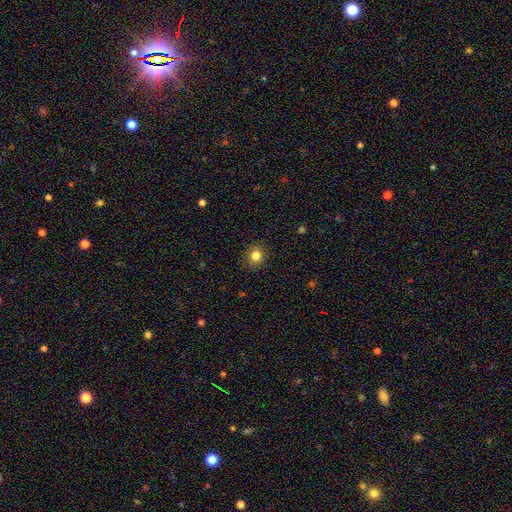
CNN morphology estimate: smooth_or_featured: smooth (p=0.82) [alt: star or artifact p=0.12]
how_rounded: round (p=0.79) [alt: in between p=0.20]
merging: none (p=0.89) [alt: minor disturbance p=0.08]